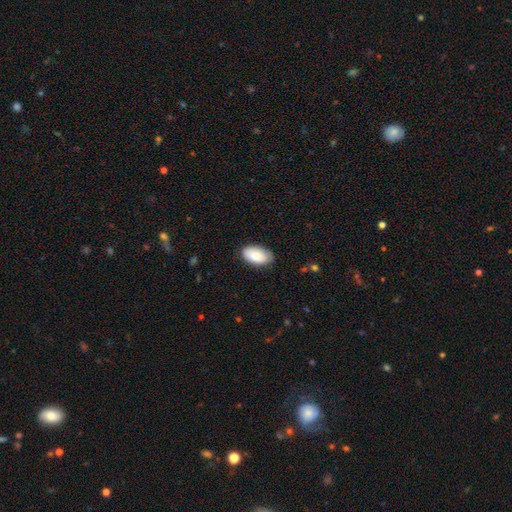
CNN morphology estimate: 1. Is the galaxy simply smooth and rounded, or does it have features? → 82% smooth, 12% featured or disk, 6% star or artifact.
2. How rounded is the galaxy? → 95% in between, 3% round, 2% cigar-shaped.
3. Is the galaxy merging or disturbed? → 82% none, 15% minor disturbance, 3% major disturbance, 1% merger.